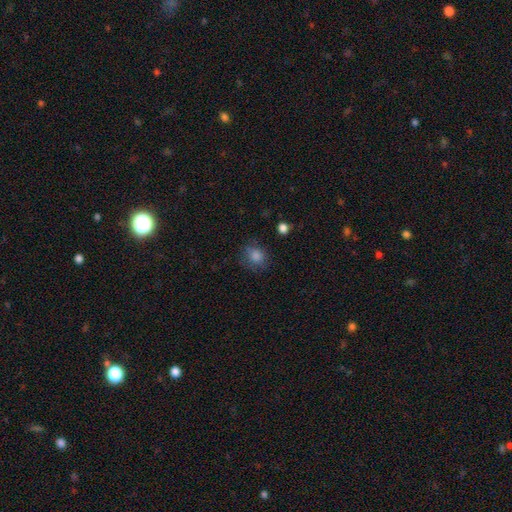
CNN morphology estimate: smooth-or-featured: smooth: 79% | star or artifact: 13% | featured or disk: 9%
  how-rounded: round: 69% | in between: 30% | cigar-shaped: 1%
  merging: none: 75% | minor disturbance: 17% | major disturbance: 6% | merger: 2%